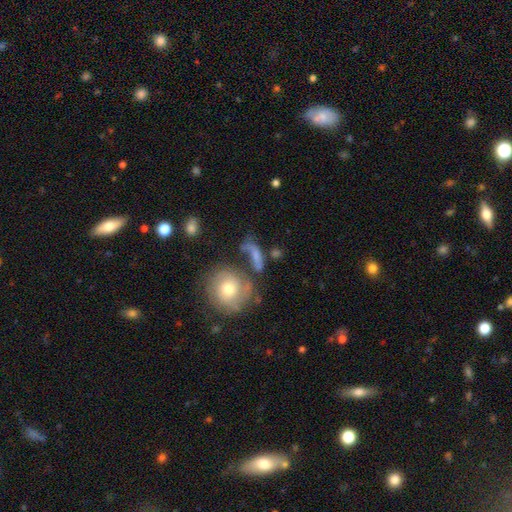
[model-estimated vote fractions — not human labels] A smooth galaxy with no disk features (49%). Merging: none (33%).